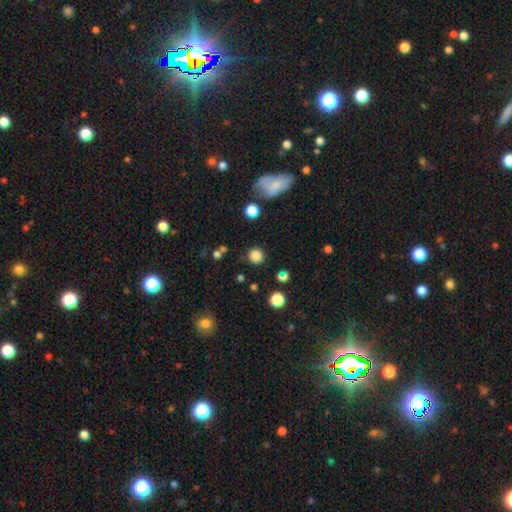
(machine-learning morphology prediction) Smooth or featured? Predicted: smooth (p=0.82). How rounded? Predicted: round (p=0.92). Merging? Predicted: none (p=0.86).